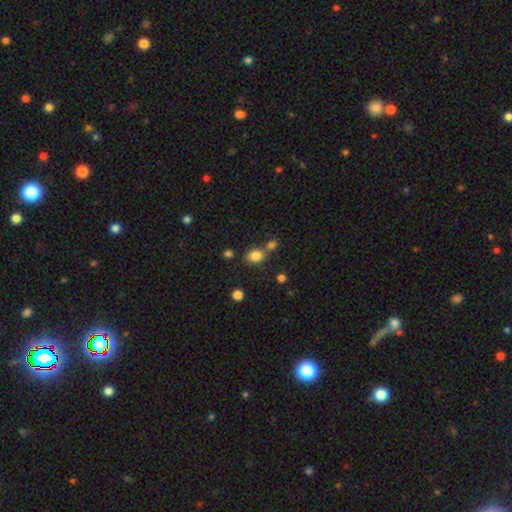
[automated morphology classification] Smooth or featured? Predicted: smooth (p=0.82). How rounded? Predicted: round (p=0.51). Merging? Predicted: none (p=0.64).